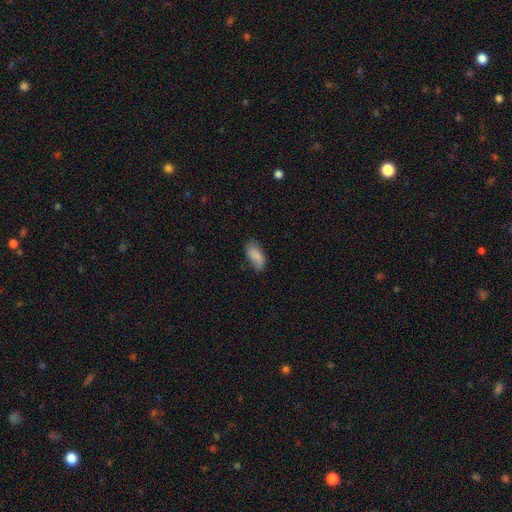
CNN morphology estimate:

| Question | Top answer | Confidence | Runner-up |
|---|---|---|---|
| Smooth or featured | smooth | 83% | featured or disk (10%) |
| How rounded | in between | 91% | cigar-shaped (7%) |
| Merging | none | 64% | minor disturbance (27%) |